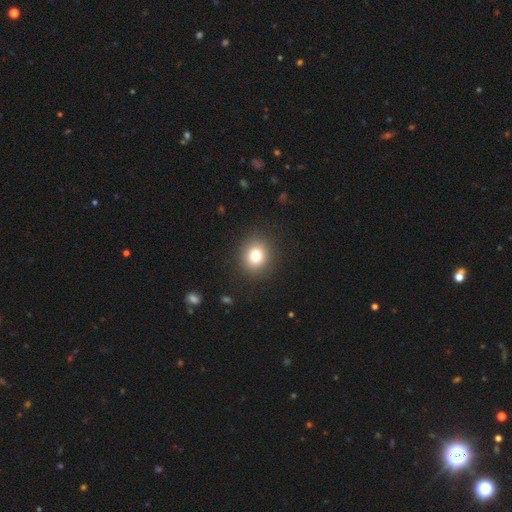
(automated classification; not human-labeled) Smooth or featured? Predicted: smooth (p=0.79). How rounded? Predicted: round (p=0.74). Merging? Predicted: none (p=0.88).